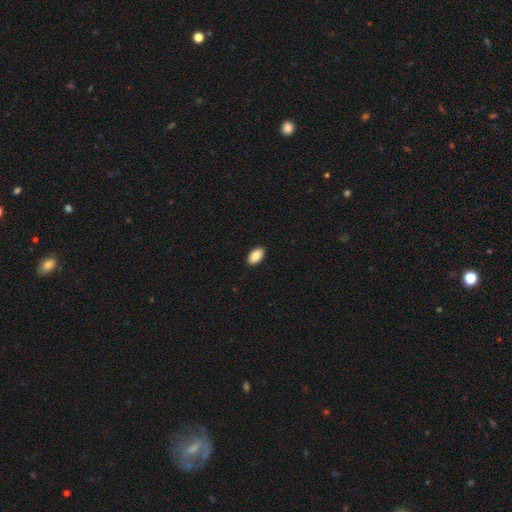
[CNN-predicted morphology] A smooth galaxy with no disk features (86%) that is in between round and cigar-shaped (94%). Merging: none (90%).